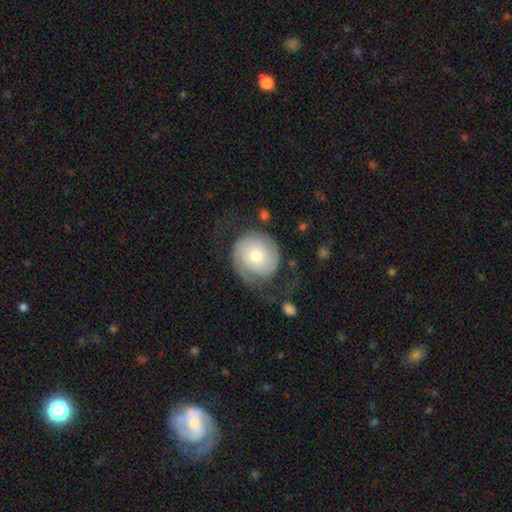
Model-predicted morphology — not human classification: The model was most divided on "spiral winding": tight: 44%, medium: 31%, loose: 26%. More confident: edge-on disk — no (97%); spiral arms — yes (90%); bar — no (77%); spiral arm count — 2 (75%); smooth or featured — featured or disk (69%); bulge size — moderate (62%); merging — none (59%).